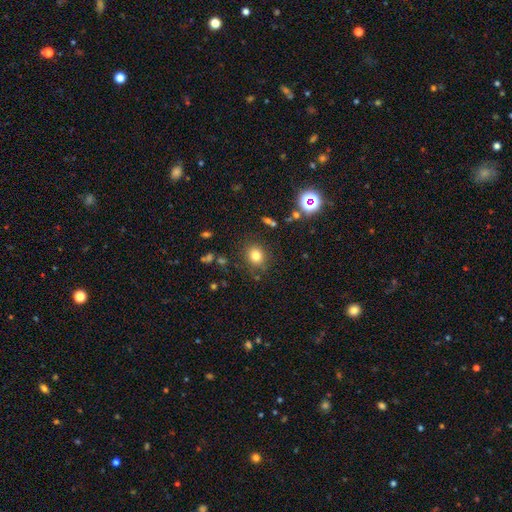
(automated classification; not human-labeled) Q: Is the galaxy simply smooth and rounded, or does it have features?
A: smooth — 79%.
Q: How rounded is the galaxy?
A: round — 76%.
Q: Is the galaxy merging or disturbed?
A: none — 83%.